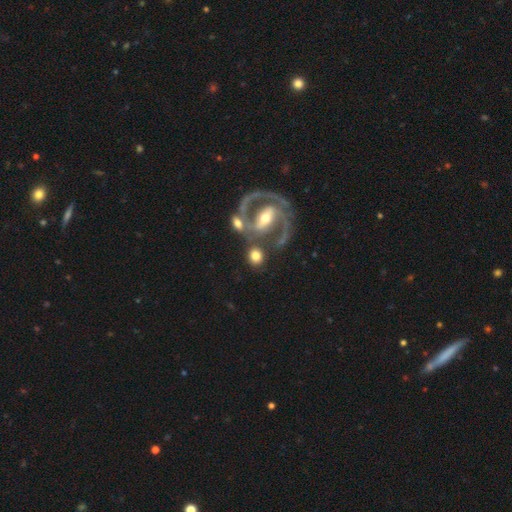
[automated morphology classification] smooth_or_featured: smooth (p=0.55) [alt: featured or disk p=0.38]
how_rounded: round (p=0.75) [alt: in between p=0.23]
merging: none (p=0.62) [alt: merger p=0.19]